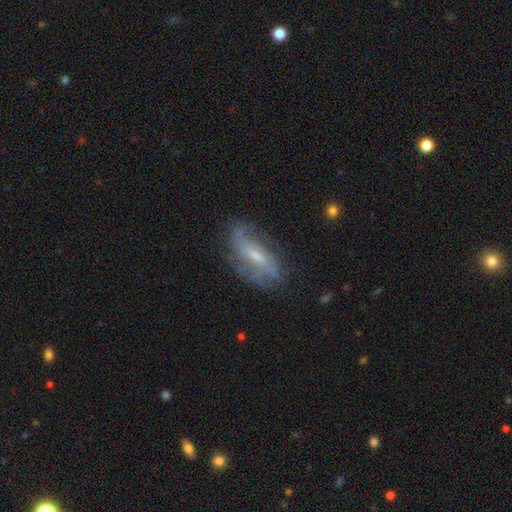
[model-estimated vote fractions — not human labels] featured or disk 71%, smooth 21%, star or artifact 8%. Down the decision tree: edge-on disk — no (86%); bar — weak (45%); spiral arms — yes (84%); spiral arm count — 2 (66%); spiral winding — loose (47%); bulge size — small (52%); merging — none (69%).